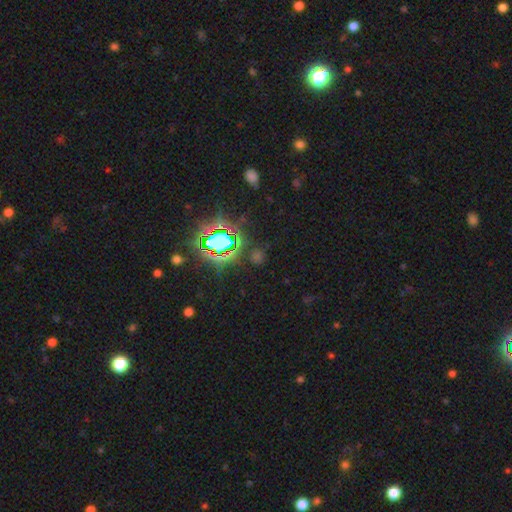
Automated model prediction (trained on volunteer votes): Overall: star or artifact (73%).